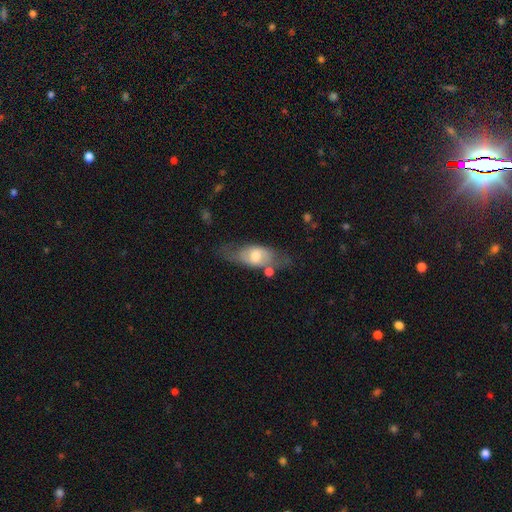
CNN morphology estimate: Smooth or featured? featured or disk (49%)
Merging? none (56%)